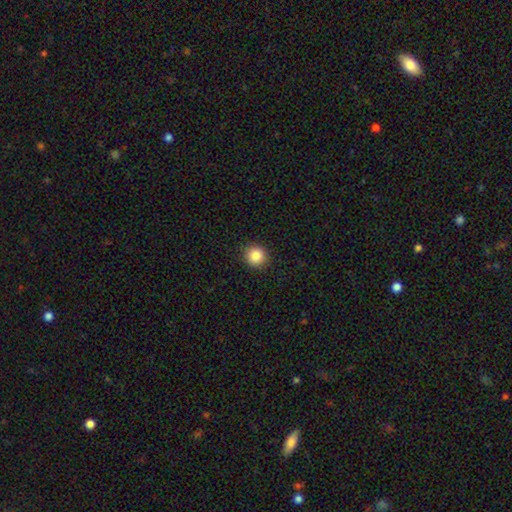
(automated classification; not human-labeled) Smooth or featured: smooth — 86% (star or artifact — 10%)
How rounded: round — 91% (in between — 8%)
Merging: none — 91% (minor disturbance — 6%)